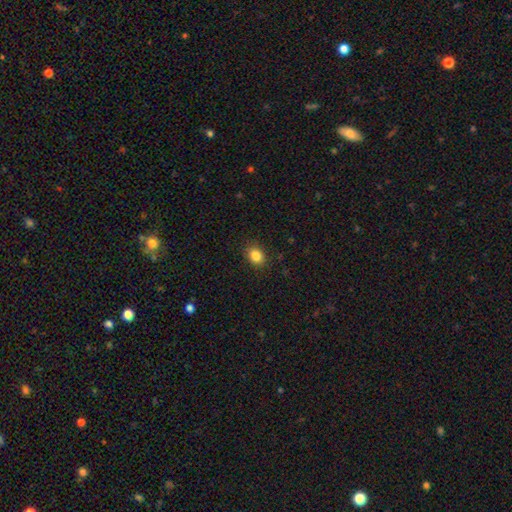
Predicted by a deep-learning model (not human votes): Morphology: type=smooth (85%); roundness=in between (57%); merging=none (88%).